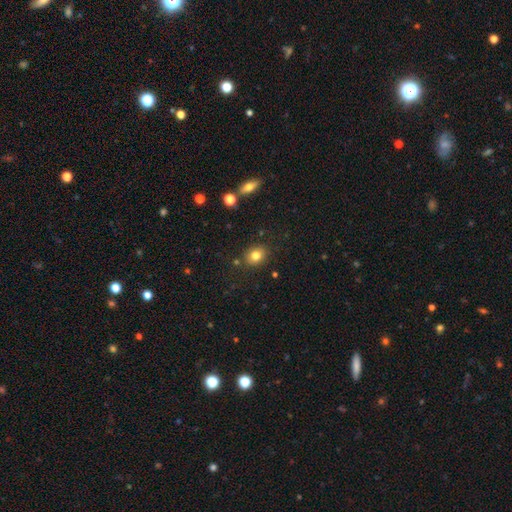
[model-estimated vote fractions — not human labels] The model was most divided on "how rounded": round: 57%, in between: 42%, cigar-shaped: 1%. More confident: merging — none (83%); smooth or featured — smooth (80%).